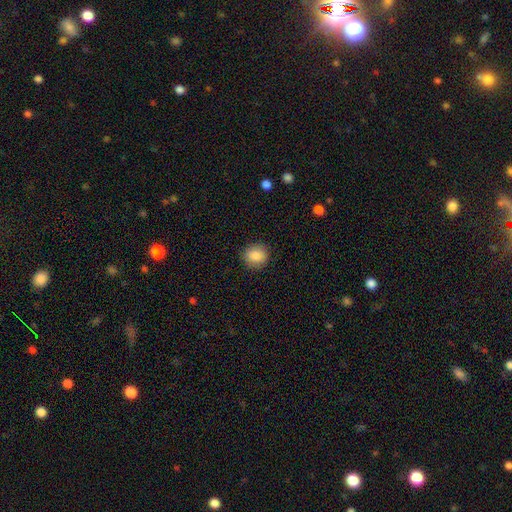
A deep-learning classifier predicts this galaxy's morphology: Smooth or featured: smooth — 86% (star or artifact — 8%)
How rounded: round — 76% (in between — 23%)
Merging: none — 88% (minor disturbance — 9%)